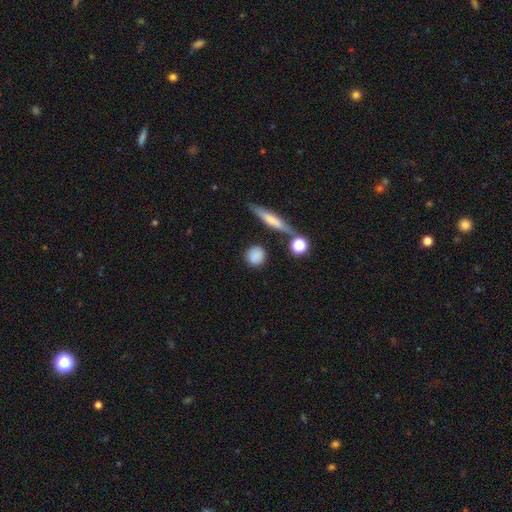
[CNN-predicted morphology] This appears to be a smooth galaxy with no disk features (84%) that is round (83%). Merging: none (81%).